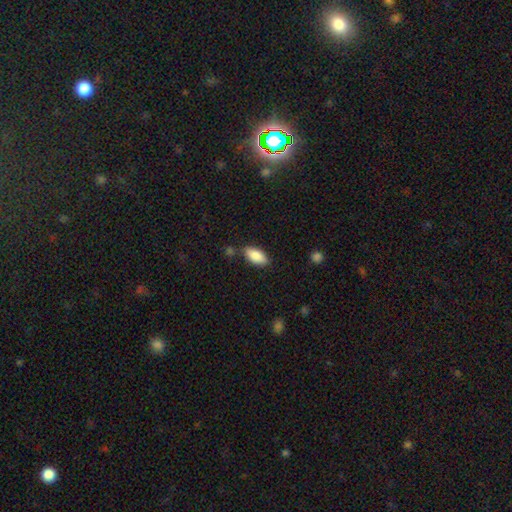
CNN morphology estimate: type=smooth (87%); roundness=in between (90%); merging=none (77%).